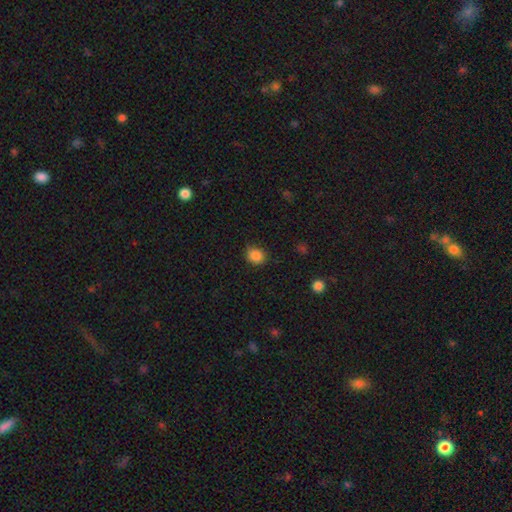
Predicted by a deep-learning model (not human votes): A smooth galaxy with no disk features (86%) that is round (66%).

Vote fractions:
- Smooth or featured? smooth: 86% / star or artifact: 11% / featured or disk: 4%
- How rounded? round: 66% / in between: 33% / cigar-shaped: 1%
- Merging? none: 80% / minor disturbance: 16% / major disturbance: 3% / merger: 1%